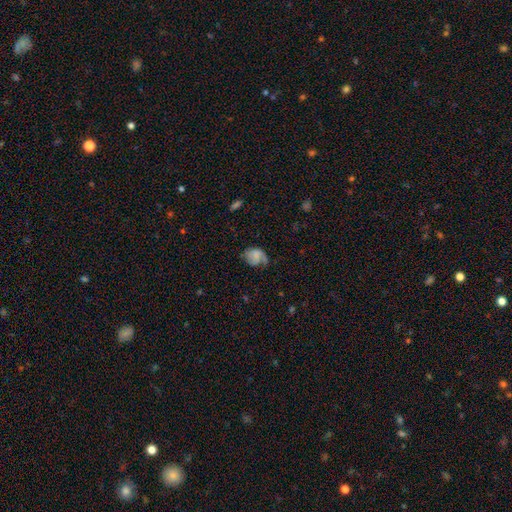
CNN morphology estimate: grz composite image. It shows a smooth galaxy with no disk features (52%) that is in between round and cigar-shaped (54%). Merging: none (43%).